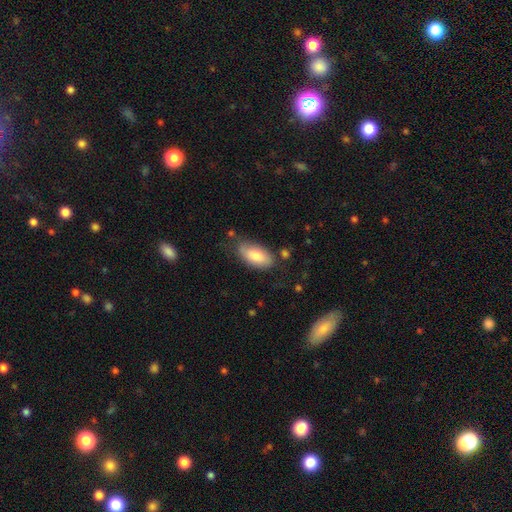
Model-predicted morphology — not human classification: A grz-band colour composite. It shows a smooth galaxy with no disk features (78%) that is in between round and cigar-shaped (92%). Merging: none (68%).